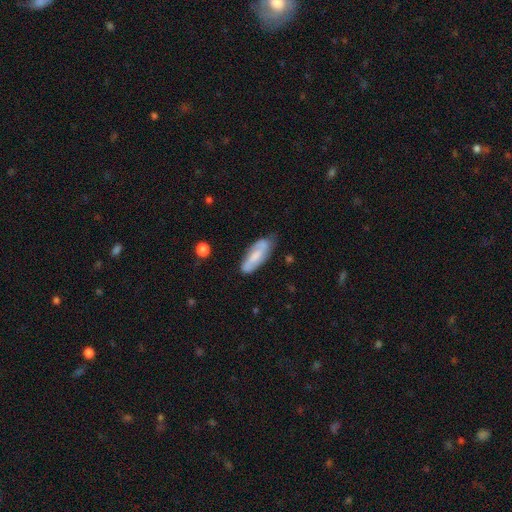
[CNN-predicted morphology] A smooth galaxy with no disk features (52%) that is in between round and cigar-shaped (61%).

Vote fractions:
- Smooth or featured? smooth: 52% / featured or disk: 41% / star or artifact: 7%
- How rounded? in between: 61% / cigar-shaped: 37% / round: 2%
- Merging? none: 71% / minor disturbance: 21% / major disturbance: 5% / merger: 2%